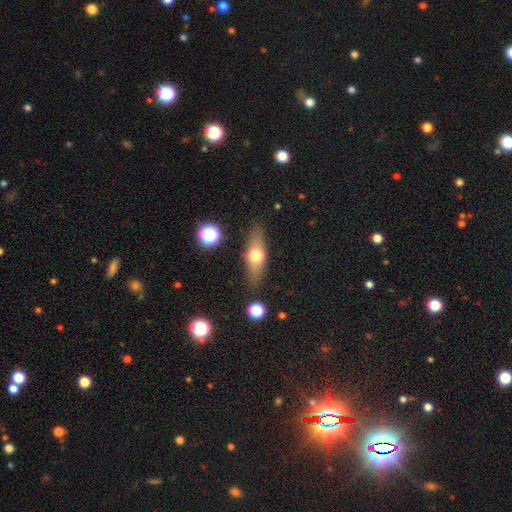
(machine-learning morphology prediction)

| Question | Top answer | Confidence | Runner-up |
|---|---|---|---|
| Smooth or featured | smooth | 56% | featured or disk (36%) |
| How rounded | in between | 50% | cigar-shaped (44%) |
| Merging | none | 84% | minor disturbance (11%) |